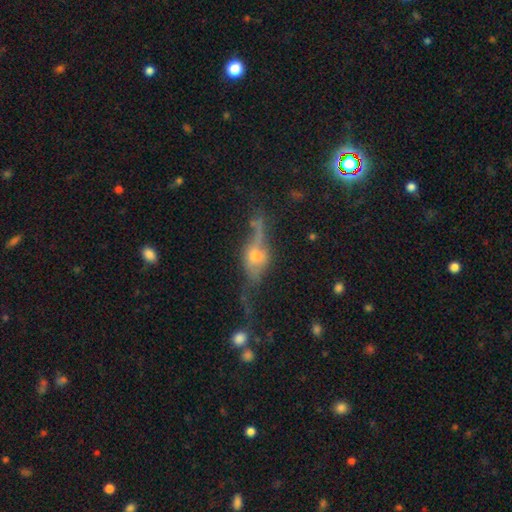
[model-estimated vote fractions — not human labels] Smooth or featured? featured or disk (66%)
Edge-on disk? yes (69%)
Merging? none (46%)